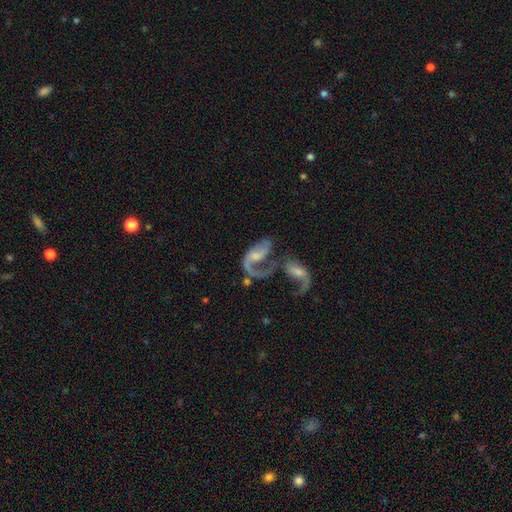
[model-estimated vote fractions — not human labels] This is likely a featured or disk galaxy (78%). It is clearly not viewed edge-on (96%). Bar: possibly no (52%). Spiral arm pattern: clearly yes (87%). Spiral arm count: possibly 2 (55%). Spiral winding: likely loose (62%). Central bulge: marginally moderate (34%). Merging: possibly merger (53%).